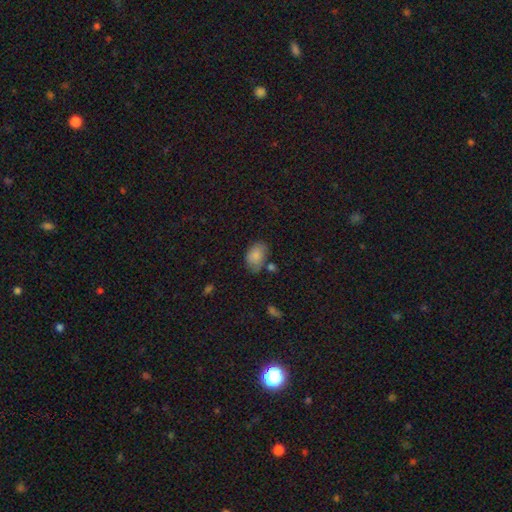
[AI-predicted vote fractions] Q: Smooth or featured?
A: smooth (84%); runner-up: featured or disk (9%)
Q: How rounded?
A: in between (88%); runner-up: round (11%)
Q: Merging?
A: none (59%); runner-up: minor disturbance (25%)